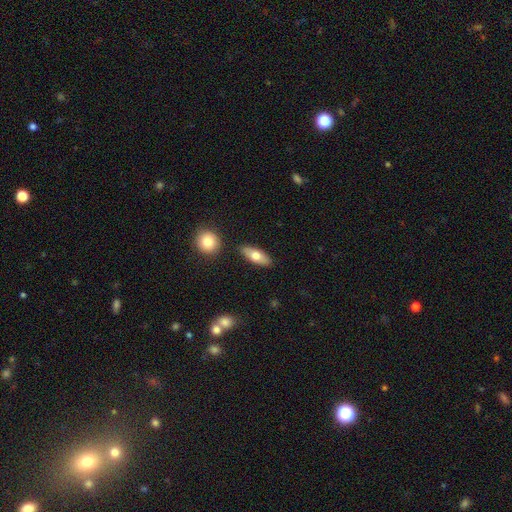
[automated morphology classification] smooth 70%, featured or disk 24%, star or artifact 6%. Down the decision tree: how rounded — in between (74%); merging — none (83%).